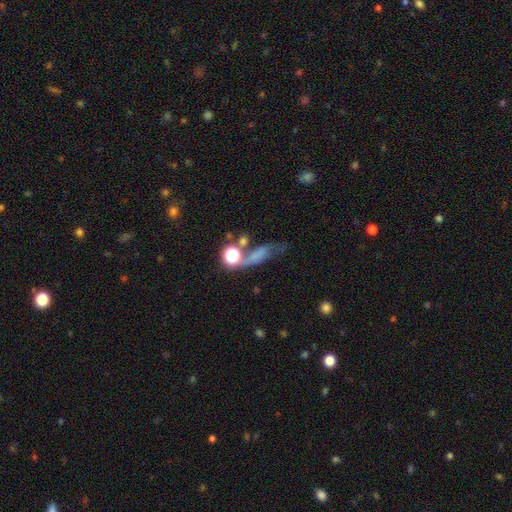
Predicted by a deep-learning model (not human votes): Smooth or featured?
  - smooth: 43% *
  - featured or disk: 34%
  - star or artifact: 23%
Merging?
  - none: 39% *
  - major disturbance: 22%
  - merger: 19%
  - minor disturbance: 19%